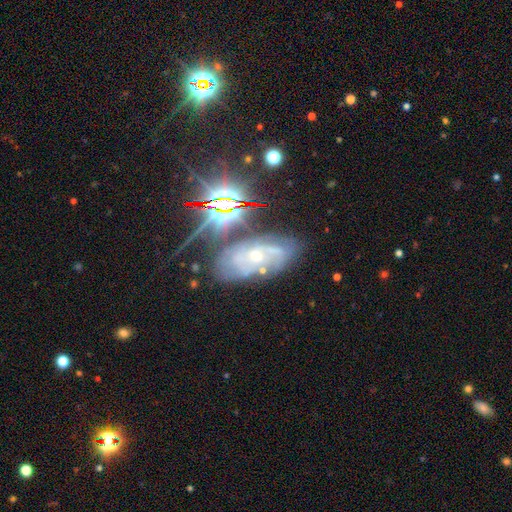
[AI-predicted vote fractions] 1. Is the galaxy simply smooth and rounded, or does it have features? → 64% featured or disk, 24% star or artifact, 12% smooth.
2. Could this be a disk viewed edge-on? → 91% no, 9% yes.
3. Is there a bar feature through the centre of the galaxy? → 67% no, 25% weak, 8% strong.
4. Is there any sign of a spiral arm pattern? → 83% yes, 17% no.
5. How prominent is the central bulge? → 64% small, 32% moderate, 2% none, 2% large, 1% dominant.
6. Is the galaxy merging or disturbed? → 67% none, 20% minor disturbance, 9% major disturbance, 5% merger.